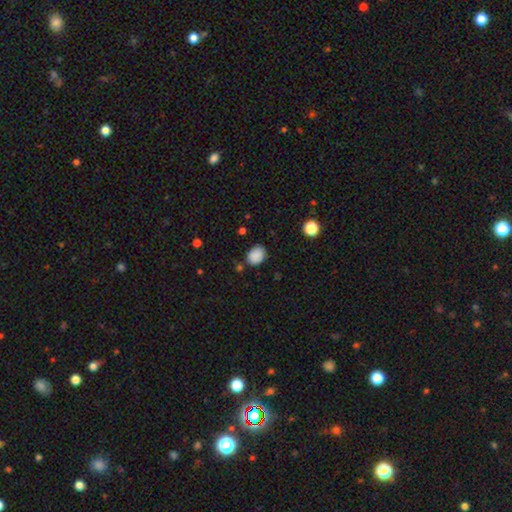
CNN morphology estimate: type=smooth (87%); roundness=in between (62%); merging=none (77%).